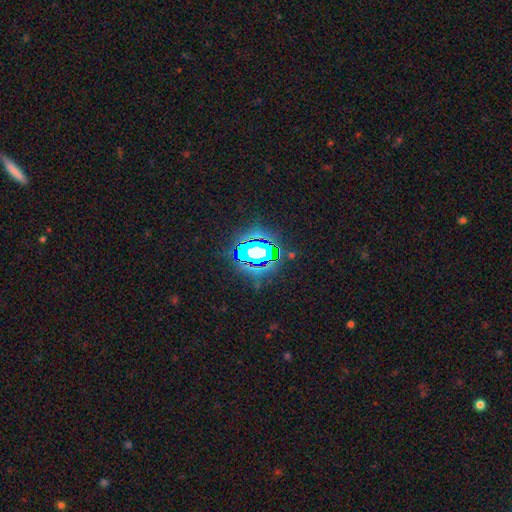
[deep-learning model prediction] This is likely a star or artifact rather than a galaxy (67%).